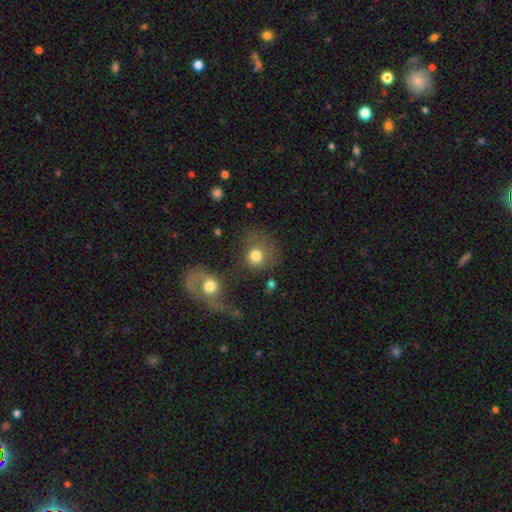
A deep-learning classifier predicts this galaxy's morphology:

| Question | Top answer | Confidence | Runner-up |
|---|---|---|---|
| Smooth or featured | smooth | 72% | featured or disk (16%) |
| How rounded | round | 80% | in between (19%) |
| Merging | none | 39% | merger (31%) |